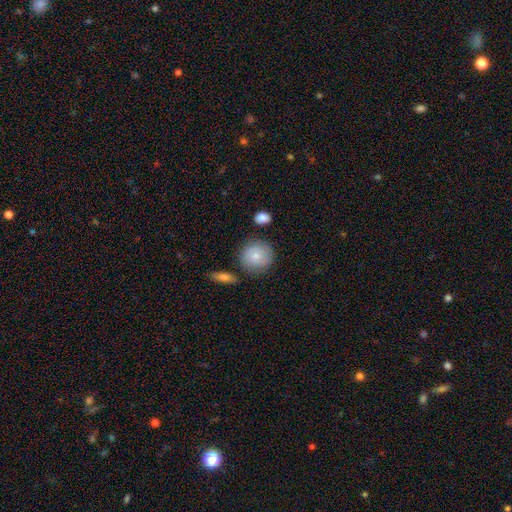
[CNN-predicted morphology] smooth_or_featured: smooth (p=0.73) [alt: featured or disk p=0.20]
how_rounded: round (p=0.90) [alt: in between p=0.09]
merging: none (p=0.78) [alt: minor disturbance p=0.14]